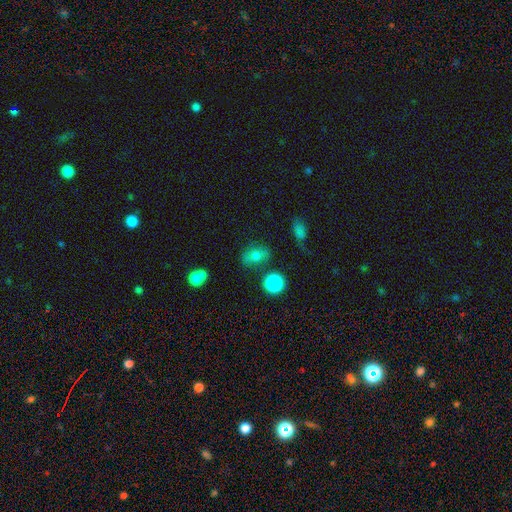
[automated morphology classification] Smooth or featured?
  - smooth: 68% *
  - featured or disk: 17%
  - star or artifact: 15%
How rounded?
  - in between: 68% *
  - round: 30%
  - cigar-shaped: 3%
Merging?
  - none: 69% *
  - minor disturbance: 17%
  - merger: 7%
  - major disturbance: 6%